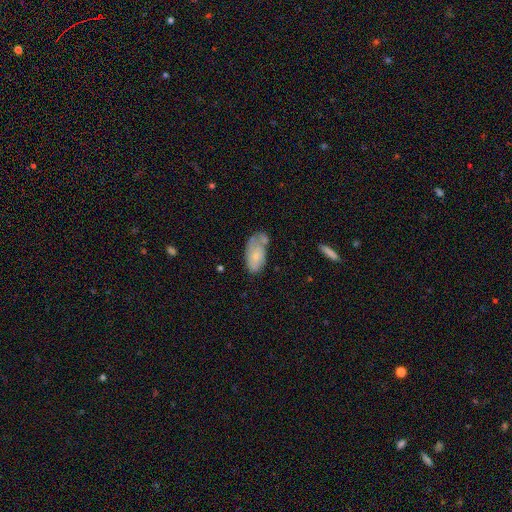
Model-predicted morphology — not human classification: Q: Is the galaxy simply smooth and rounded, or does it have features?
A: smooth — 60%.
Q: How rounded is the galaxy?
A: in between — 93%.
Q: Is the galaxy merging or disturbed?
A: none — 34%.